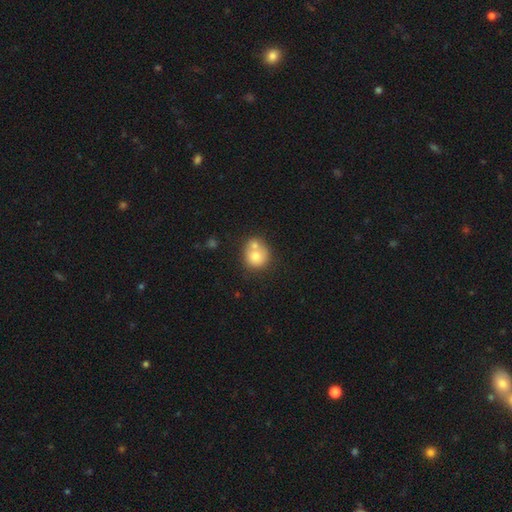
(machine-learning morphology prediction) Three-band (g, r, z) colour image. It shows a smooth galaxy with no disk features (72%) that is round (81%). Merging: merger (51%).